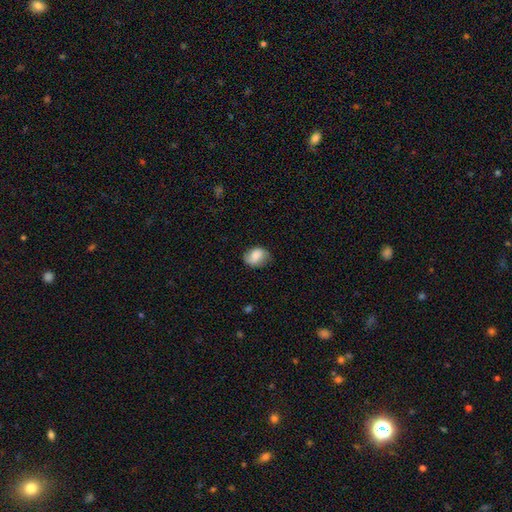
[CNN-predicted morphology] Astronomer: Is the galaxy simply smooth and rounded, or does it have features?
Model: smooth — 71%.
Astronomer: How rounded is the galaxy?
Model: in between — 61% (runner-up: round, 38%).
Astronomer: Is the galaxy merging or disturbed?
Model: none — 66%.